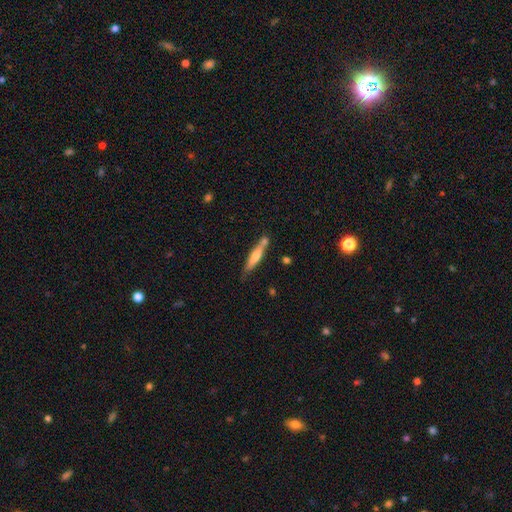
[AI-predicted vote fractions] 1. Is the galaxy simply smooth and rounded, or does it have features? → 47% smooth, 46% featured or disk, 6% star or artifact.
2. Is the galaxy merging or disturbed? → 74% none, 14% minor disturbance, 10% merger, 3% major disturbance.